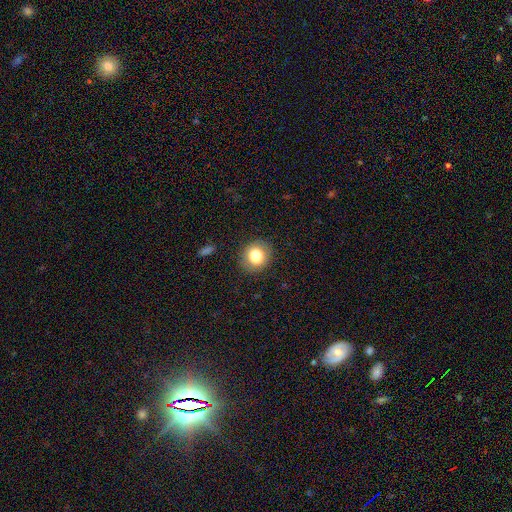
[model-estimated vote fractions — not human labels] A smooth galaxy with no disk features (79%) that is round (77%).

Vote fractions:
- Smooth or featured? smooth: 79% / featured or disk: 11% / star or artifact: 10%
- How rounded? round: 77% / in between: 22% / cigar-shaped: 1%
- Merging? none: 88% / minor disturbance: 8% / major disturbance: 3% / merger: 1%